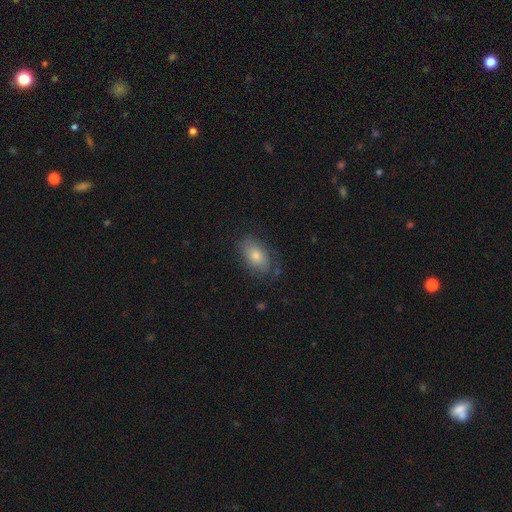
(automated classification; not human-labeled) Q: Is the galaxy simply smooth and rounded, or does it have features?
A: smooth — 71%.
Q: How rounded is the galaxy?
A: in between — 90%.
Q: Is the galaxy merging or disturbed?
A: none — 73%.